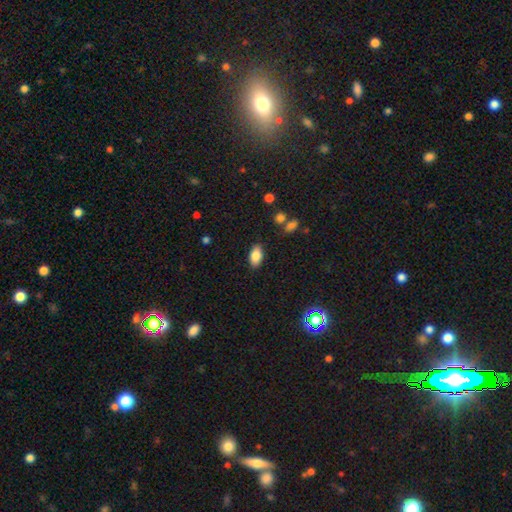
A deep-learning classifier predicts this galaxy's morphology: Q: Smooth or featured?
A: smooth (84%); runner-up: star or artifact (8%)
Q: How rounded?
A: in between (92%); runner-up: round (4%)
Q: Merging?
A: none (85%); runner-up: minor disturbance (10%)